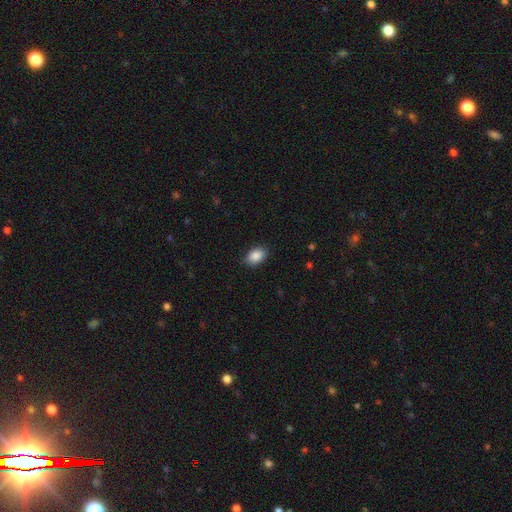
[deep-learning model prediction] This appears to be a smooth galaxy with no disk features (88%) that is in between round and cigar-shaped (85%). Merging: none (86%).